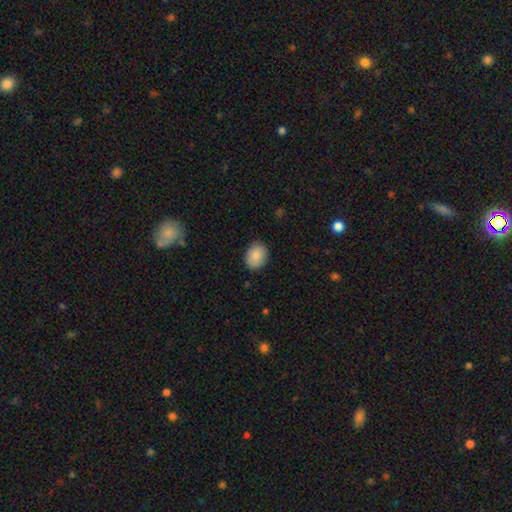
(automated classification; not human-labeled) The model was most divided on "how rounded": in between: 58%, round: 41%, cigar-shaped: 1%. More confident: merging — none (87%); smooth or featured — smooth (87%).